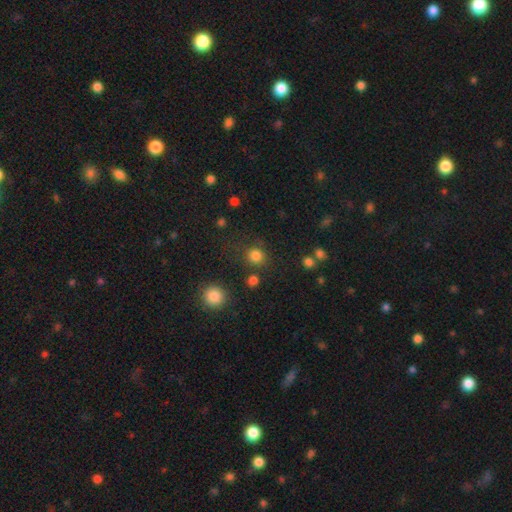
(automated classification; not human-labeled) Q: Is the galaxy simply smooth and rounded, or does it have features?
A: smooth — 81%.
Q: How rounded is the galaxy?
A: round — 89%.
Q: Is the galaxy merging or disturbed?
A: none — 80%.